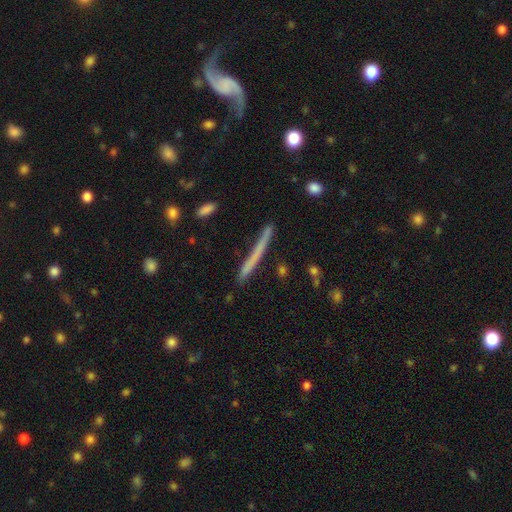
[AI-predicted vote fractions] A featured or disk galaxy (48%). Merging: none (84%).